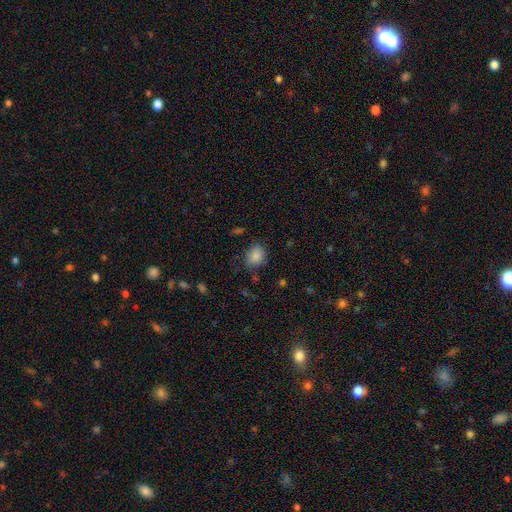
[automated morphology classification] Overall: smooth (86%). How rounded: in between (52%; round 47%). Merging: none (72%).